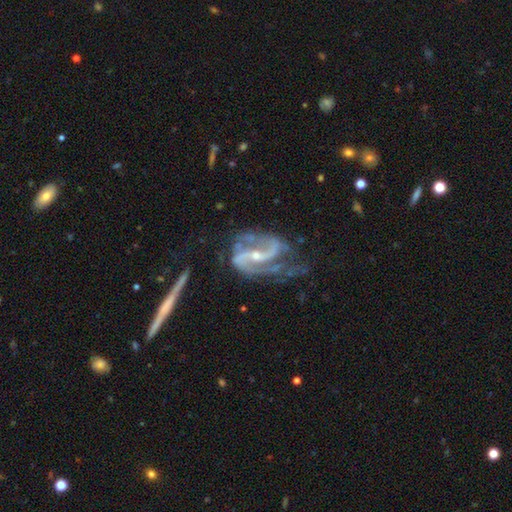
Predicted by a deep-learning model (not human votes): Smooth or featured? Predicted: featured or disk (p=0.92). Edge-on disk? Predicted: no (p=0.97). Bar? Predicted: strong (p=0.46). Spiral arms? Predicted: yes (p=0.98). Spiral winding? Predicted: medium (p=0.51). Spiral arm count? Predicted: 2 (p=0.88). Bulge size? Predicted: small (p=0.63). Merging? Predicted: none (p=0.48).